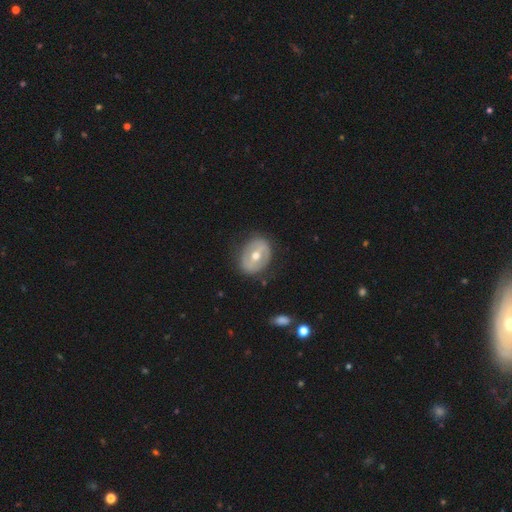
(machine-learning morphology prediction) Smooth or featured?
  - featured or disk: 60% *
  - smooth: 33%
  - star or artifact: 6%
Edge-on disk?
  - no: 94% *
  - yes: 6%
Bar?
  - weak: 36% *
  - strong: 35%
  - no: 29%
Spiral arms?
  - no: 71% *
  - yes: 29%
Bulge size?
  - moderate: 70% *
  - small: 26%
  - large: 2%
  - none: 1%
  - dominant: 1%
Merging?
  - none: 80% *
  - minor disturbance: 14%
  - major disturbance: 5%
  - merger: 1%